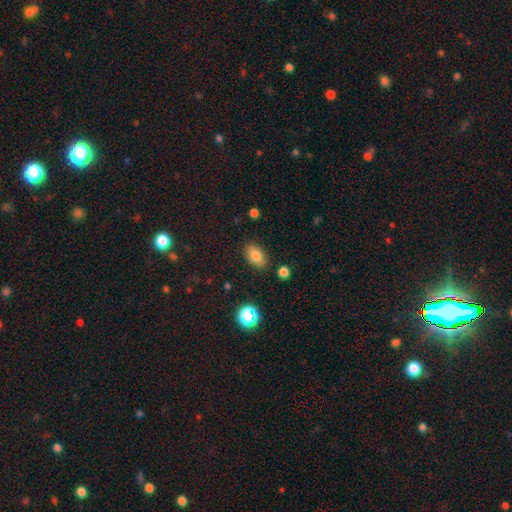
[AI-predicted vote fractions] This appears to be a smooth galaxy with no disk features (81%) that is in between round and cigar-shaped (88%). Merging: none (85%).